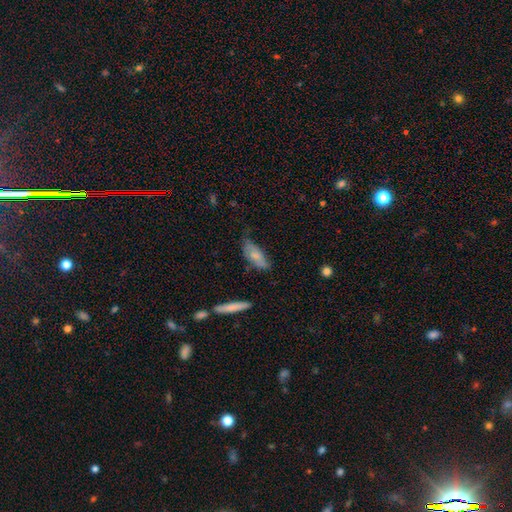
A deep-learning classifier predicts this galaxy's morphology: This is likely a smooth galaxy (70%). How rounded: likely in between (75%). Merging: possibly none (52%).